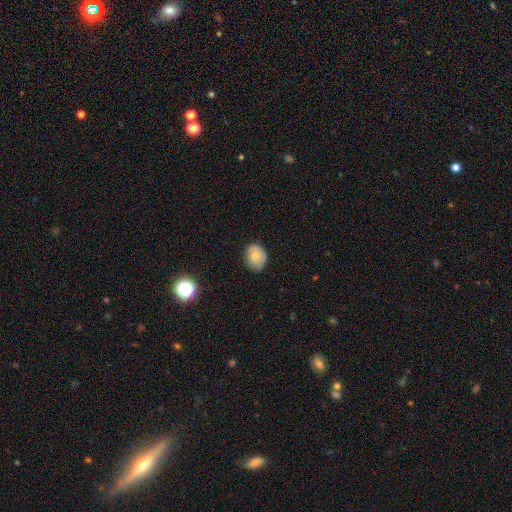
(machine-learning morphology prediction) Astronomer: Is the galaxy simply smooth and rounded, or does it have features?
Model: smooth — 78%.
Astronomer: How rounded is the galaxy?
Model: round — 53% (runner-up: in between, 46%).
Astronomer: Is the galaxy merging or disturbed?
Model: none — 79%.